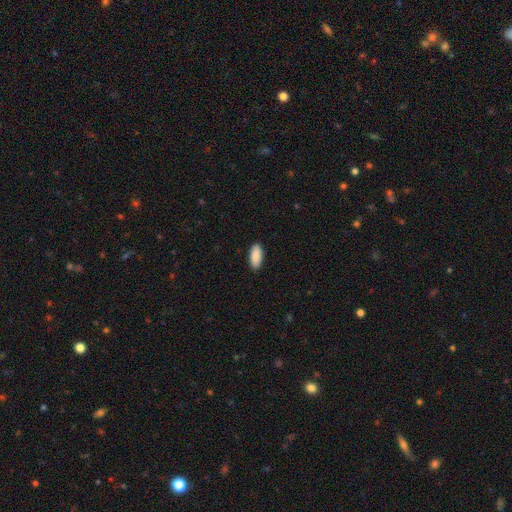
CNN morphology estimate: Overall: smooth (90%). How rounded: in between (86%). Merging: none (90%).